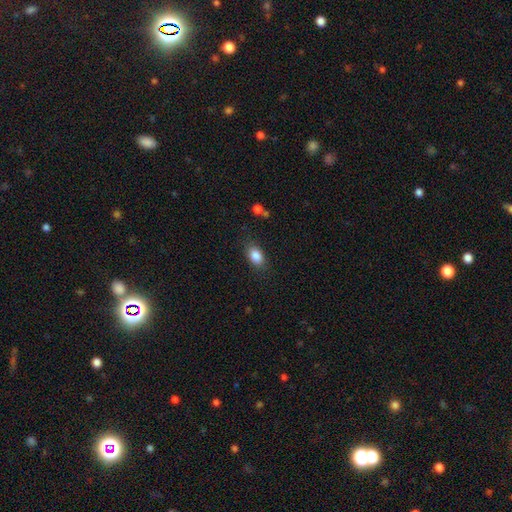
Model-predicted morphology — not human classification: Smooth or featured: smooth — 86% (star or artifact — 8%)
How rounded: in between — 85% (round — 13%)
Merging: none — 82% (minor disturbance — 13%)